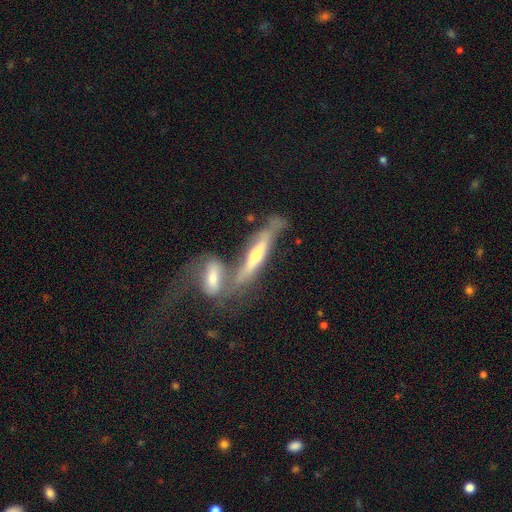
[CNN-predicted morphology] This is likely a featured or disk galaxy (62%). It is likely viewed edge-on (77%). Merging: possibly merger (48%).